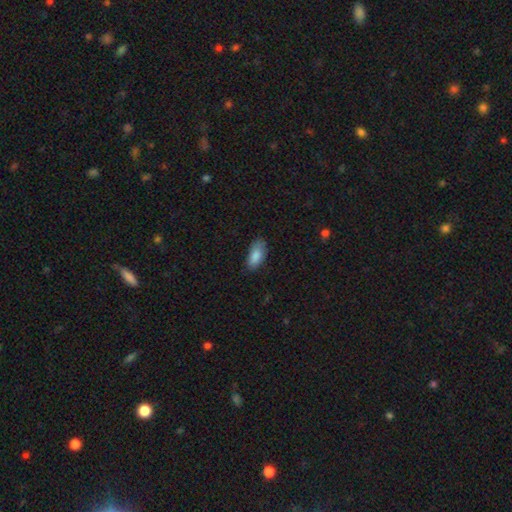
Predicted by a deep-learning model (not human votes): The model was most divided on "merging": none: 72%, minor disturbance: 22%, major disturbance: 4%, merger: 1%. More confident: how rounded — in between (89%); smooth or featured — smooth (86%).